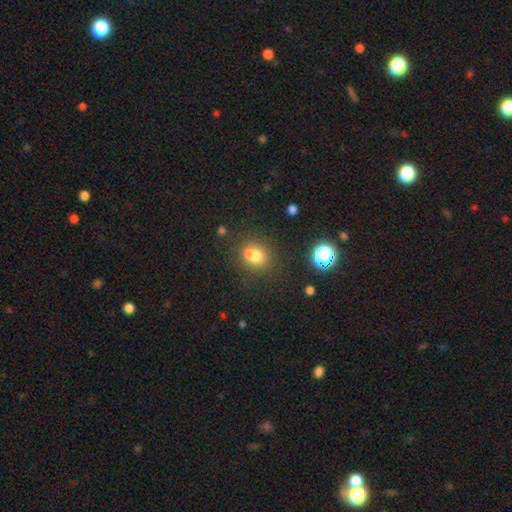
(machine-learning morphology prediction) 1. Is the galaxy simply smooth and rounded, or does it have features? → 69% smooth, 16% star or artifact, 16% featured or disk.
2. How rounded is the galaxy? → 70% round, 29% in between, 1% cigar-shaped.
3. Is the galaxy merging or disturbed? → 44% none, 41% merger, 10% minor disturbance, 5% major disturbance.